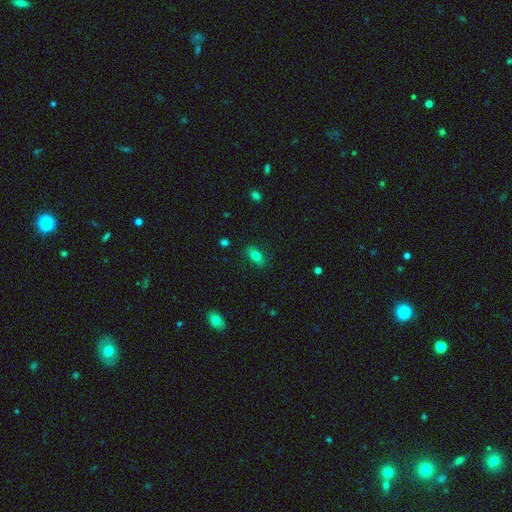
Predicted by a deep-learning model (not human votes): This appears to be a smooth galaxy with no disk features (77%) that is in between round and cigar-shaped (83%). Merging: none (84%).